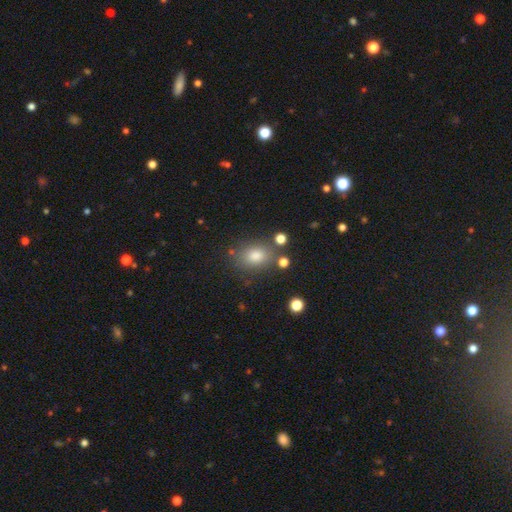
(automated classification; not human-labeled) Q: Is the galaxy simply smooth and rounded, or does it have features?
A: smooth — 79%.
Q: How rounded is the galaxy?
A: in between — 61%.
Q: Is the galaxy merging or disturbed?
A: none — 77%.